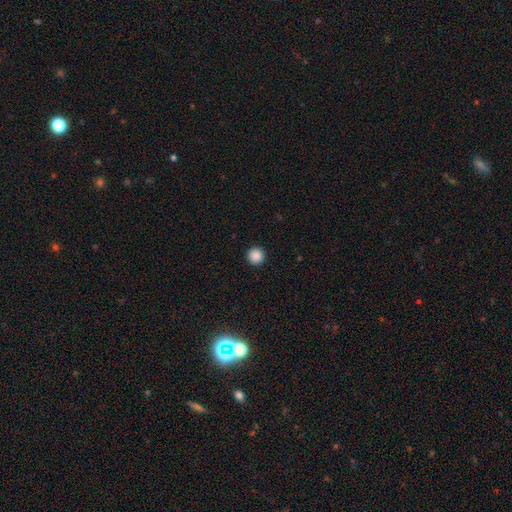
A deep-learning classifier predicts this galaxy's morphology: Q: Smooth or featured?
A: smooth (88%); runner-up: star or artifact (9%)
Q: How rounded?
A: round (96%); runner-up: in between (3%)
Q: Merging?
A: none (94%); runner-up: minor disturbance (4%)